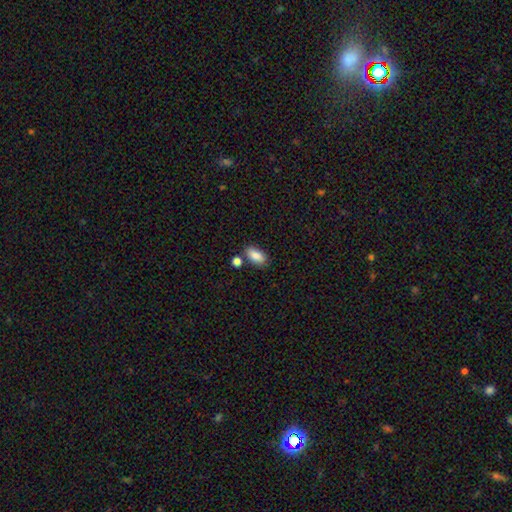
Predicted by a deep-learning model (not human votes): Overall: smooth (86%). How rounded: in between (90%). Merging: none (75%).